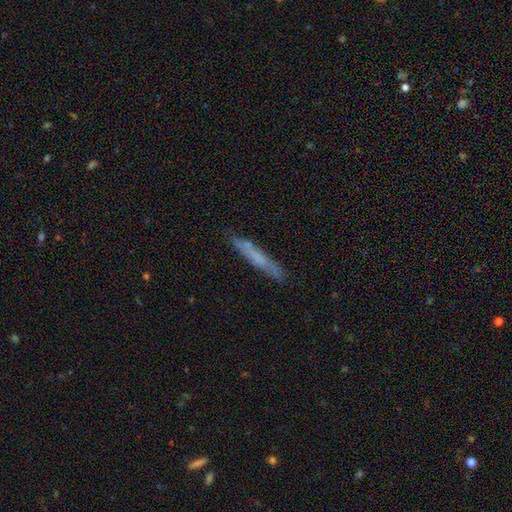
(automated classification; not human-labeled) Smooth or featured: smooth — 53% (featured or disk — 40%)
How rounded: cigar-shaped — 95% (in between — 4%)
Merging: none — 85% (minor disturbance — 12%)